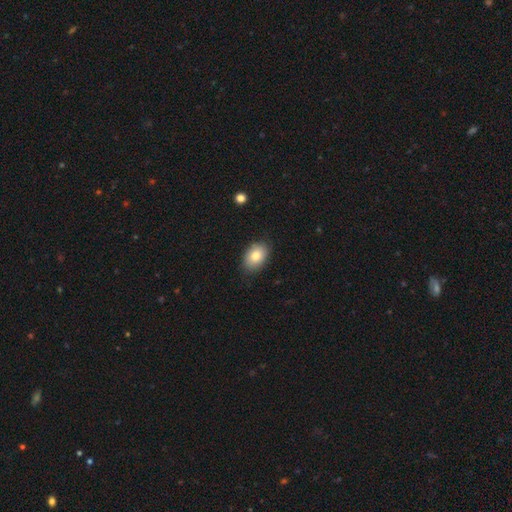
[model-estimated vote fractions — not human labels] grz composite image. It shows a smooth galaxy with no disk features (81%) that is in between round and cigar-shaped (82%). Merging: none (84%).